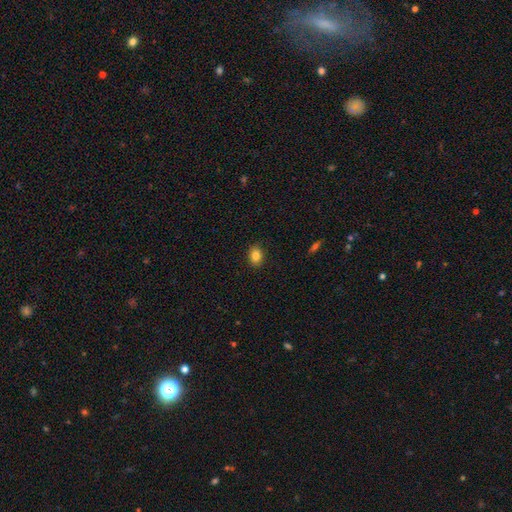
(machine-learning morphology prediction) This appears to be a smooth galaxy with no disk features (84%) that is in between round and cigar-shaped (64%). Merging: none (88%).